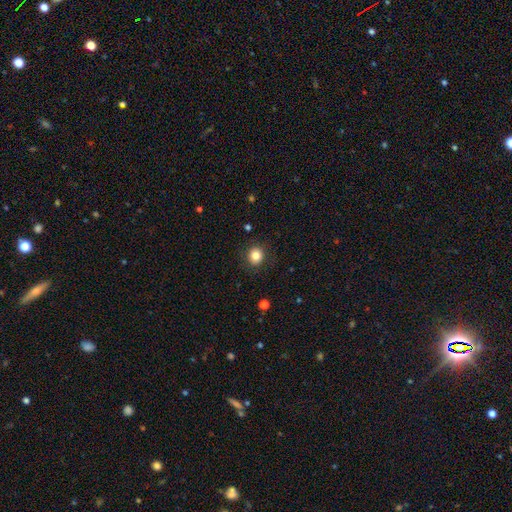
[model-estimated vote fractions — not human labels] Q: Smooth or featured?
A: smooth (83%); runner-up: star or artifact (11%)
Q: How rounded?
A: round (85%); runner-up: in between (14%)
Q: Merging?
A: none (89%); runner-up: minor disturbance (8%)